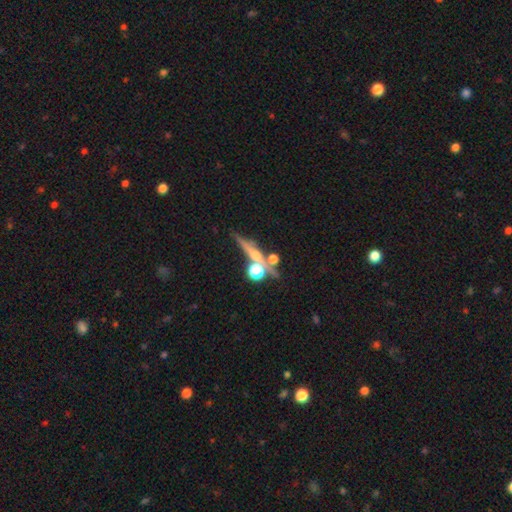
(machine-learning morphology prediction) smooth-or-featured: featured or disk: 44% | smooth: 34% | star or artifact: 22%
  merging: none: 64% | merger: 18% | minor disturbance: 12% | major disturbance: 7%